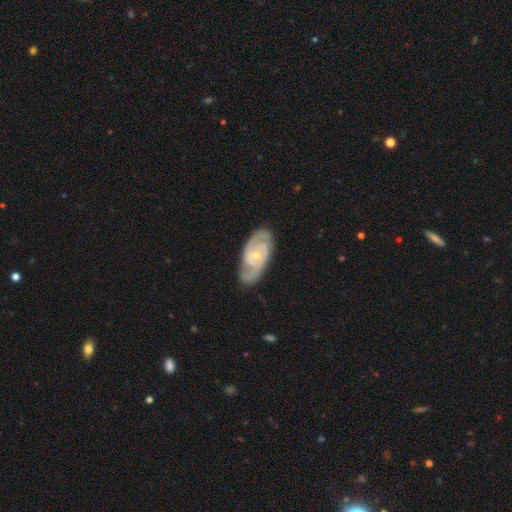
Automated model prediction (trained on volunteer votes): smooth_or_featured: featured or disk (p=0.87) [alt: smooth p=0.09]
disk_edge_on: no (p=0.95) [alt: yes p=0.05]
bar: no (p=0.55) [alt: weak p=0.36]
has_spiral_arms: yes (p=0.96) [alt: no p=0.04]
spiral_winding: tight (p=0.58) [alt: medium p=0.36]
spiral_arm_count: 2 (p=0.71) [alt: 3 p=0.12]
bulge_size: small (p=0.58) [alt: moderate p=0.39]
merging: none (p=0.77) [alt: minor disturbance p=0.18]